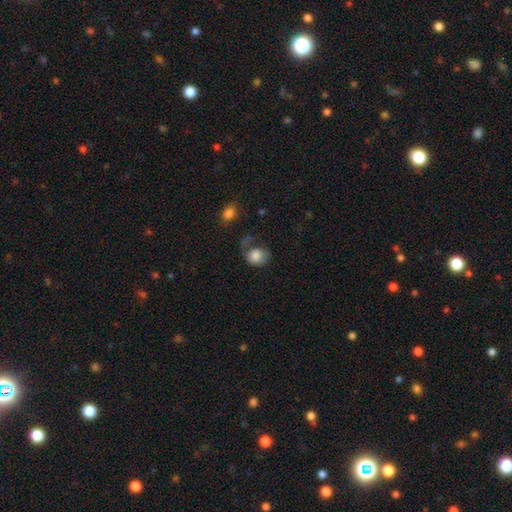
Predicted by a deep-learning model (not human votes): Q: Smooth or featured?
A: smooth (75%); runner-up: featured or disk (17%)
Q: How rounded?
A: round (55%); runner-up: in between (45%)
Q: Merging?
A: none (34%); runner-up: major disturbance (33%)